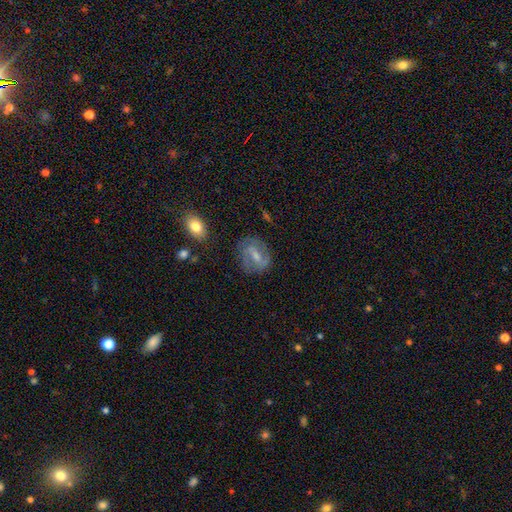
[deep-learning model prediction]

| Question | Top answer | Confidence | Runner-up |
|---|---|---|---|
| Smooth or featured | featured or disk | 65% | smooth (26%) |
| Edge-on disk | no | 95% | yes (5%) |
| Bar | weak | 47% | strong (35%) |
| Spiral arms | yes | 81% | no (19%) |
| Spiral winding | medium | 44% | tight (30%) |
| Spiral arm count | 2 | 76% | can't tell (14%) |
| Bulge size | small | 50% | moderate (39%) |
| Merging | none | 73% | minor disturbance (17%) |